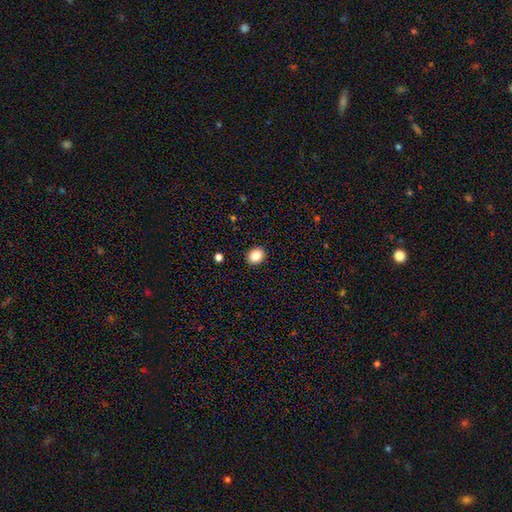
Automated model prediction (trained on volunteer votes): A smooth galaxy with no disk features (84%) that is round (56%). Merging: none (92%).